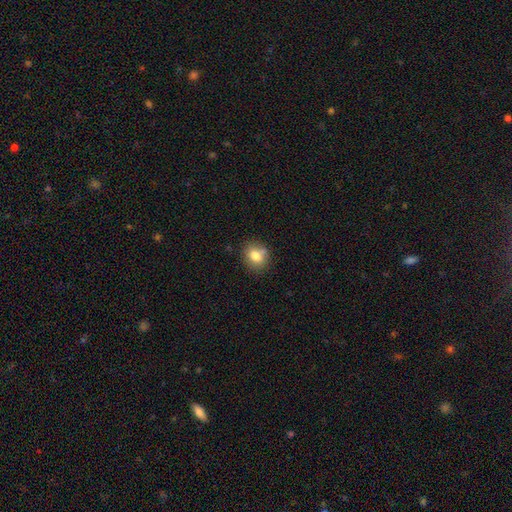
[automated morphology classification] type=smooth (79%); roundness=round (60%); merging=none (70%).